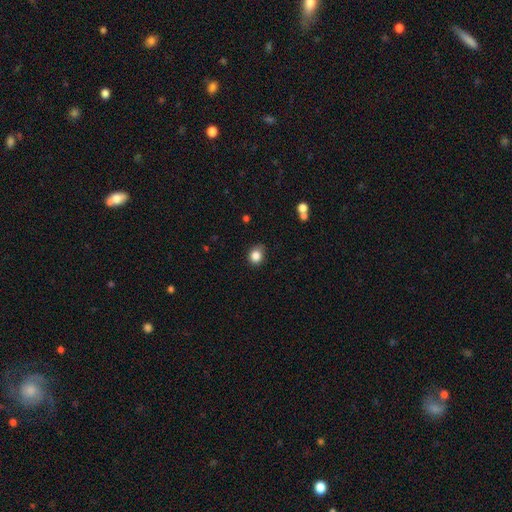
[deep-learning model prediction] Overall: smooth (84%). How rounded: round (71%). Merging: none (75%).